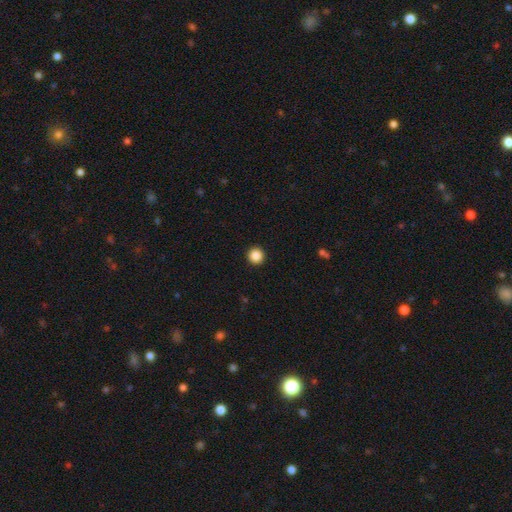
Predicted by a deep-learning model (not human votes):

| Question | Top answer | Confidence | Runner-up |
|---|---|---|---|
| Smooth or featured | smooth | 87% | star or artifact (10%) |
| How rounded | round | 96% | in between (3%) |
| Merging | none | 94% | minor disturbance (4%) |